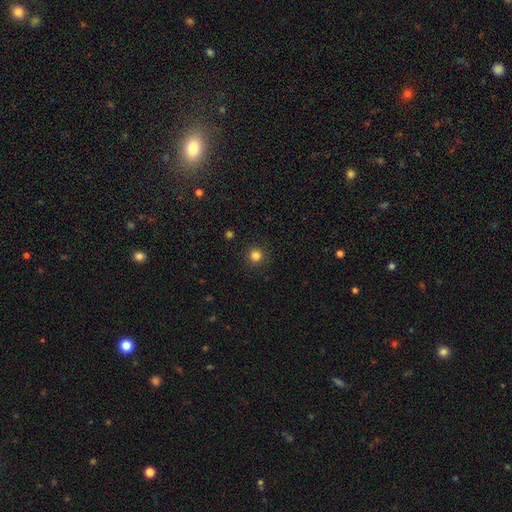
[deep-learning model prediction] A smooth galaxy with no disk features (83%) that is round (95%).

Vote fractions:
- Smooth or featured? smooth: 83% / star or artifact: 13% / featured or disk: 4%
- How rounded? round: 95% / in between: 4% / cigar-shaped: 1%
- Merging? none: 91% / minor disturbance: 5% / major disturbance: 2% / merger: 1%